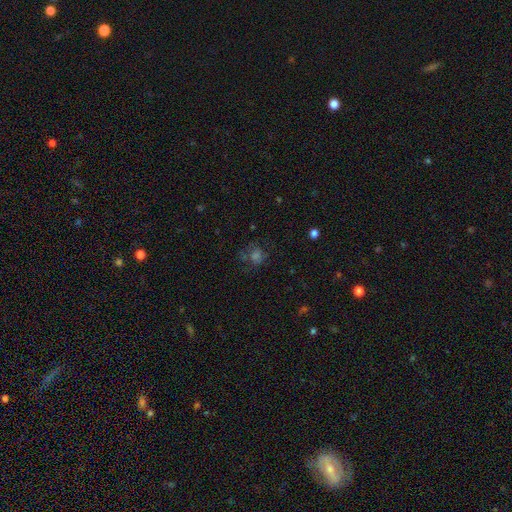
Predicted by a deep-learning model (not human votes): Q: Smooth or featured?
A: smooth (47%); runner-up: star or artifact (32%)
Q: Merging?
A: none (62%); runner-up: minor disturbance (17%)